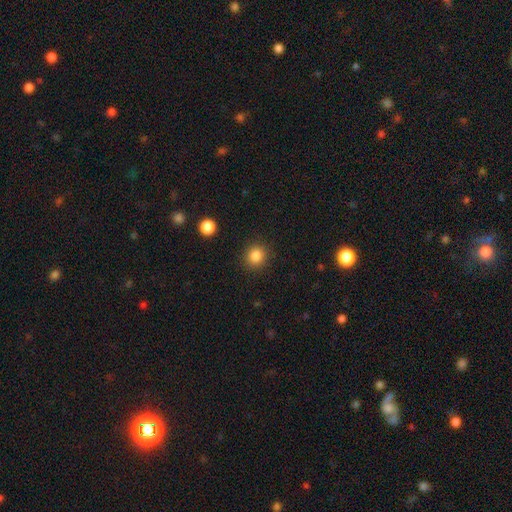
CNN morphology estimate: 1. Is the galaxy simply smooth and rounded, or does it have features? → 85% smooth, 11% star or artifact, 4% featured or disk.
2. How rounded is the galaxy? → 88% round, 11% in between, 1% cigar-shaped.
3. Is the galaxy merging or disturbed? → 90% none, 7% minor disturbance, 2% major disturbance, 1% merger.